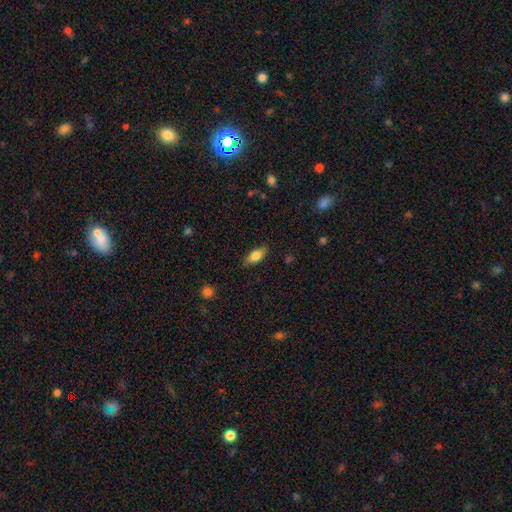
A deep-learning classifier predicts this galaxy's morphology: smooth-or-featured: smooth: 79% | featured or disk: 14% | star or artifact: 7%
  how-rounded: in between: 80% | cigar-shaped: 17% | round: 3%
  merging: none: 85% | minor disturbance: 11% | major disturbance: 2% | merger: 1%